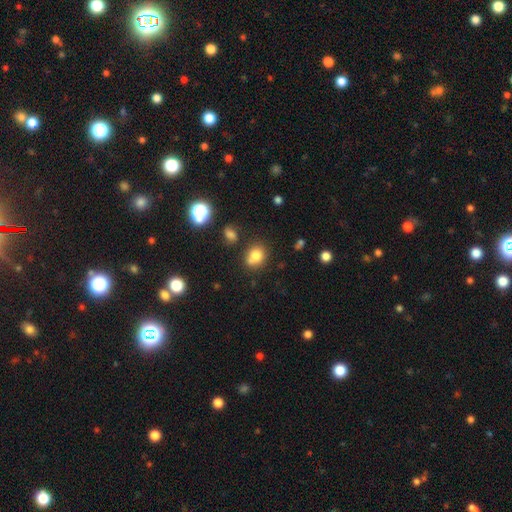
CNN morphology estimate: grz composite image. It shows a smooth galaxy with no disk features (77%) that is round (68%). Merging: none (59%).